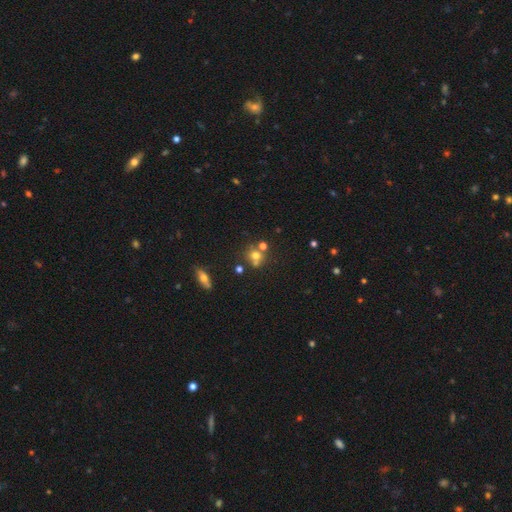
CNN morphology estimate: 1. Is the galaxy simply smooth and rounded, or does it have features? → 60% smooth, 20% star or artifact, 20% featured or disk.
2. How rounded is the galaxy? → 82% round, 16% in between, 1% cigar-shaped.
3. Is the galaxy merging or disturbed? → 51% none, 35% merger, 10% minor disturbance, 4% major disturbance.